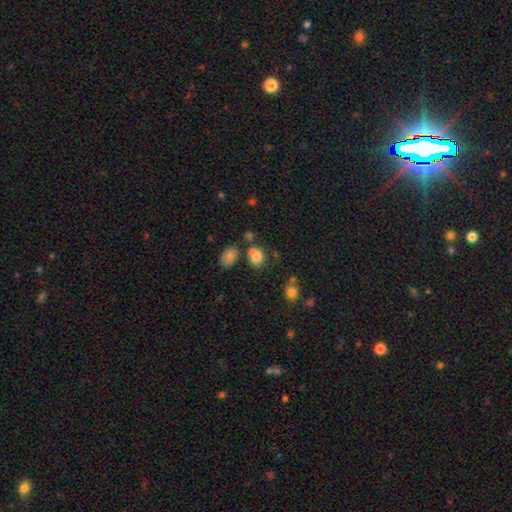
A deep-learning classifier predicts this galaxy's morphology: smooth-or-featured: smooth: 79% | star or artifact: 14% | featured or disk: 7%
  how-rounded: round: 53% | in between: 46% | cigar-shaped: 1%
  merging: none: 54% | merger: 25% | minor disturbance: 15% | major disturbance: 6%